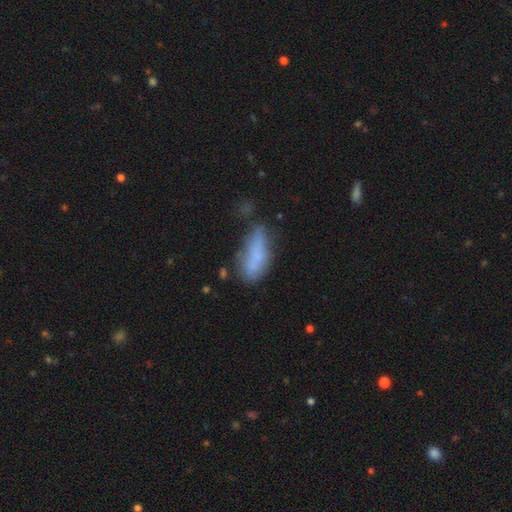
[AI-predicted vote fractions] Smooth or featured: smooth — 67% (featured or disk — 22%)
How rounded: in between — 66% (cigar-shaped — 32%)
Merging: none — 39% (minor disturbance — 31%)